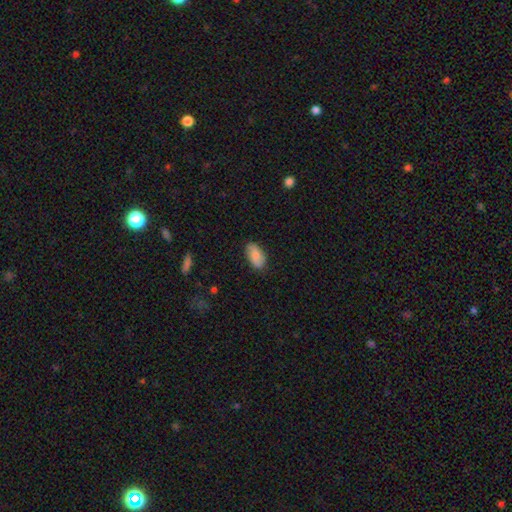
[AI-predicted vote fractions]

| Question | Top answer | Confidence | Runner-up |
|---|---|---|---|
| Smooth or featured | smooth | 74% | featured or disk (20%) |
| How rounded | in between | 93% | round (4%) |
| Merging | none | 83% | minor disturbance (14%) |